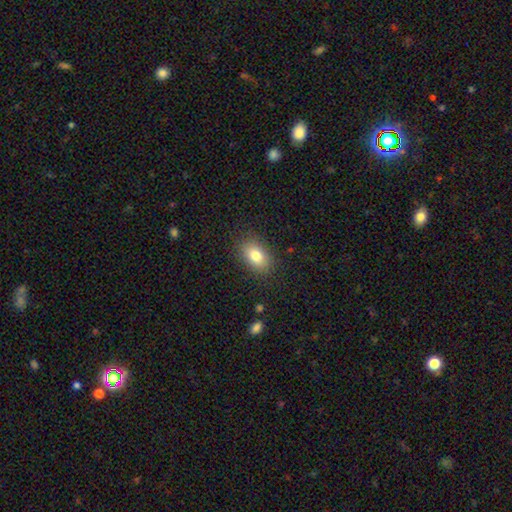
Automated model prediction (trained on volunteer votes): smooth-or-featured: smooth: 81% | featured or disk: 10% | star or artifact: 9%
  how-rounded: in between: 84% | round: 15% | cigar-shaped: 1%
  merging: none: 85% | minor disturbance: 10% | major disturbance: 3% | merger: 1%